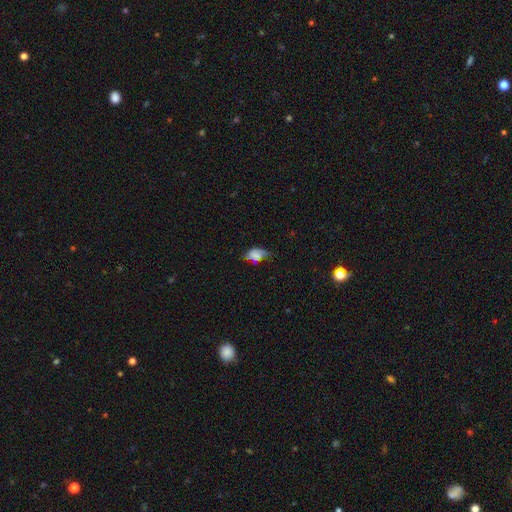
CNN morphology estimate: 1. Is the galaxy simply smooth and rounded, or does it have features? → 67% smooth, 19% featured or disk, 14% star or artifact.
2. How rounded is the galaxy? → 87% in between, 9% round, 5% cigar-shaped.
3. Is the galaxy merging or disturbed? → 40% none, 38% minor disturbance, 16% major disturbance, 6% merger.